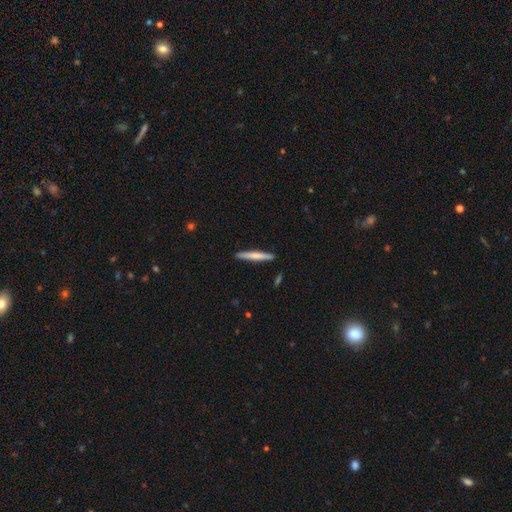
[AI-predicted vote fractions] smooth 64%, featured or disk 31%, star or artifact 5%. Down the decision tree: how rounded — cigar-shaped (95%); merging — none (90%).